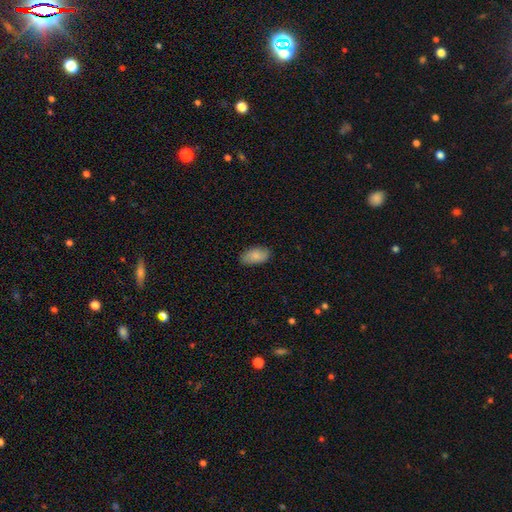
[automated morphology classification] This is clearly a smooth galaxy (81%). How rounded: clearly in between (94%). Merging: clearly none (82%).